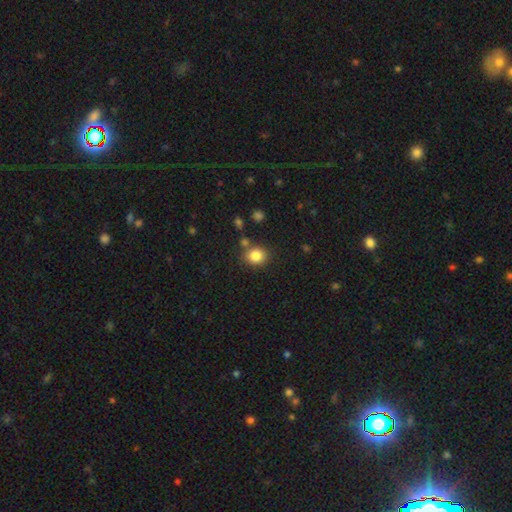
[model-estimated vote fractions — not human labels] Q: Smooth or featured?
A: smooth (84%); runner-up: star or artifact (10%)
Q: How rounded?
A: round (71%); runner-up: in between (28%)
Q: Merging?
A: none (77%); runner-up: minor disturbance (11%)